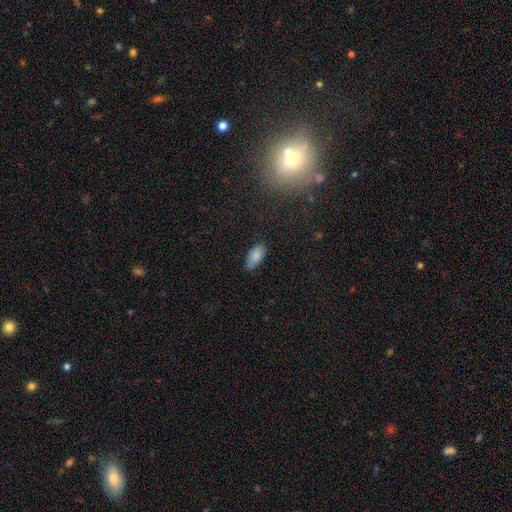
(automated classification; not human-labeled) Morphology: type=smooth (84%); roundness=in between (92%); merging=none (75%).